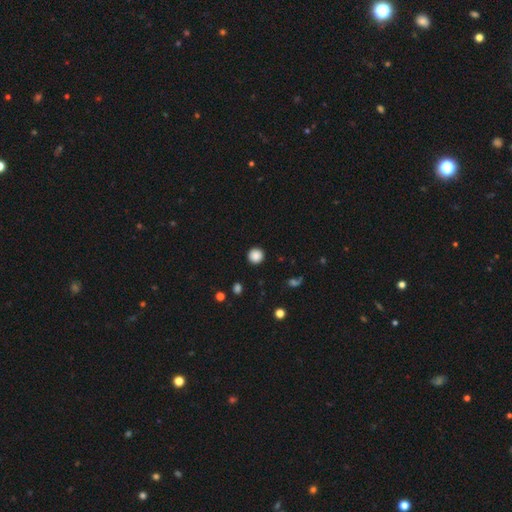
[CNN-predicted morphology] Smooth or featured: smooth — 87% (star or artifact — 10%)
How rounded: round — 95% (in between — 4%)
Merging: none — 92% (minor disturbance — 5%)